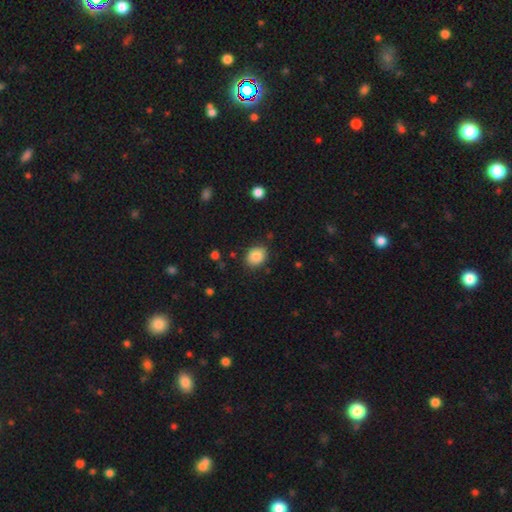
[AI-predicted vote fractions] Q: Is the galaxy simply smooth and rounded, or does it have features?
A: smooth — 87%.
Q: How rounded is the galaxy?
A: in between — 51%.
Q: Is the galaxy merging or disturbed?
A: none — 84%.